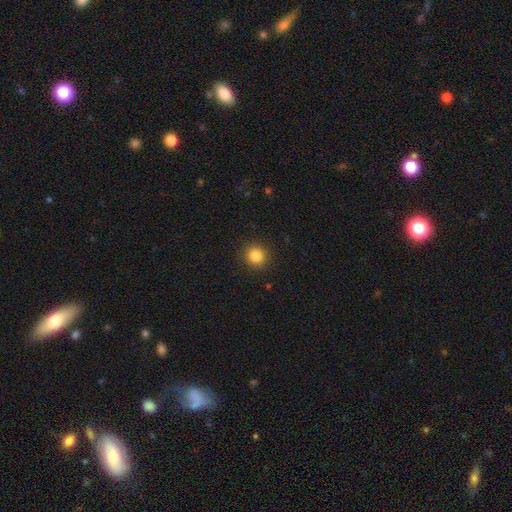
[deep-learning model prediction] The model was most divided on "smooth or featured": smooth: 85%, star or artifact: 11%, featured or disk: 4%. More confident: merging — none (90%); how rounded — round (89%).